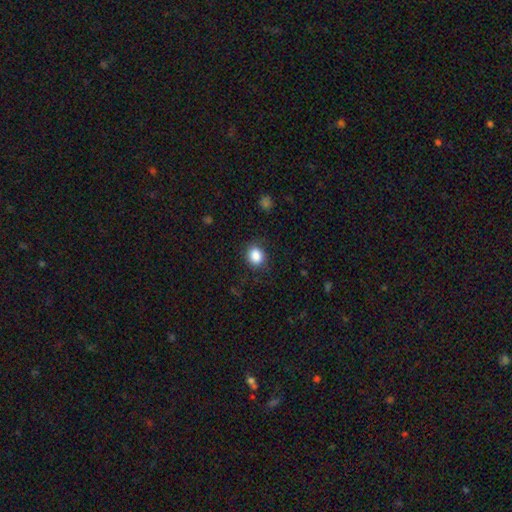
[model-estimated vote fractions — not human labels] Q: Smooth or featured?
A: smooth (87%); runner-up: star or artifact (10%)
Q: How rounded?
A: round (64%); runner-up: in between (35%)
Q: Merging?
A: none (84%); runner-up: minor disturbance (11%)